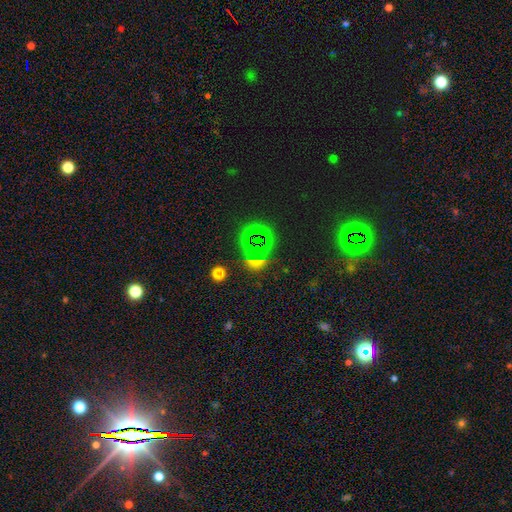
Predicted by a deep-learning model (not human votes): Smooth or featured? star or artifact (67%)